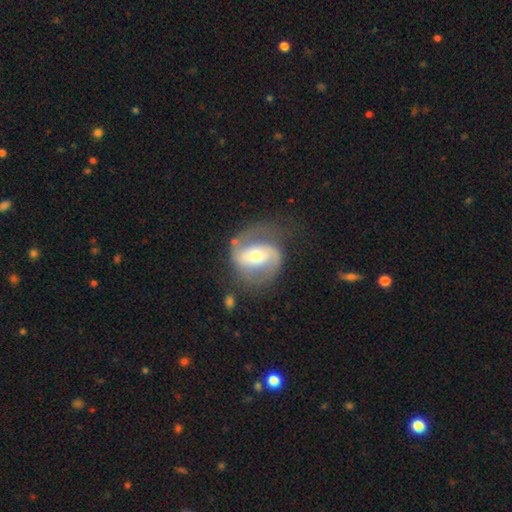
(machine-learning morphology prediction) Overall: featured or disk (79%). Edge-on disk: no (97%). Bar: weak (37%; strong 36%). Spiral arms: yes (90%). Spiral arm count: 2 (82%). Spiral winding: medium (48%; loose 29%). Bulge size: moderate (62%; small 29%). Merging: none (61%).